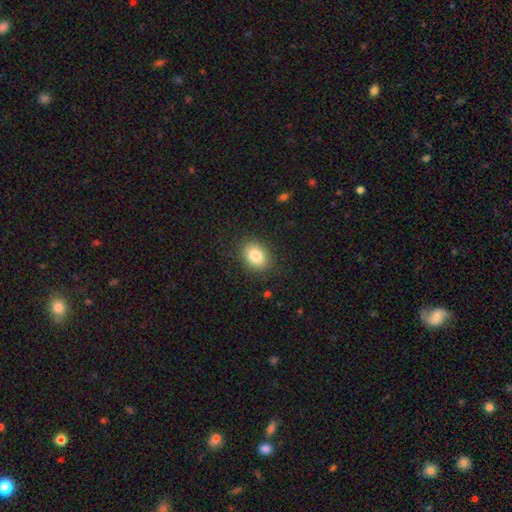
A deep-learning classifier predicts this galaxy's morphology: A smooth galaxy with no disk features (82%) that is in between round and cigar-shaped (65%).

Vote fractions:
- Smooth or featured? smooth: 82% / star or artifact: 9% / featured or disk: 9%
- How rounded? in between: 65% / round: 33% / cigar-shaped: 1%
- Merging? none: 86% / minor disturbance: 10% / major disturbance: 3% / merger: 1%